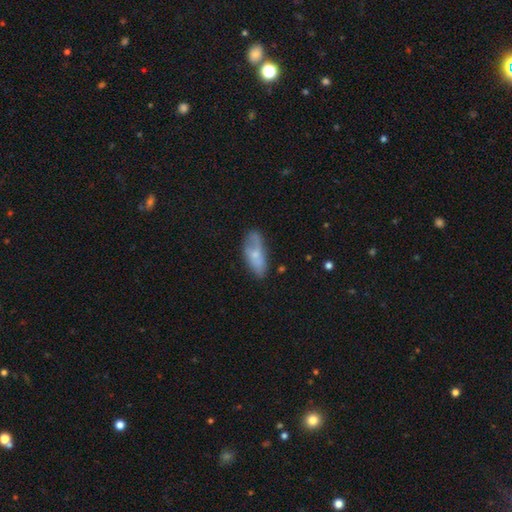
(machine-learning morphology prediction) Smooth or featured?
  - smooth: 61% *
  - featured or disk: 32%
  - star or artifact: 7%
How rounded?
  - in between: 81% *
  - cigar-shaped: 16%
  - round: 3%
Merging?
  - none: 56% *
  - minor disturbance: 30%
  - major disturbance: 10%
  - merger: 4%